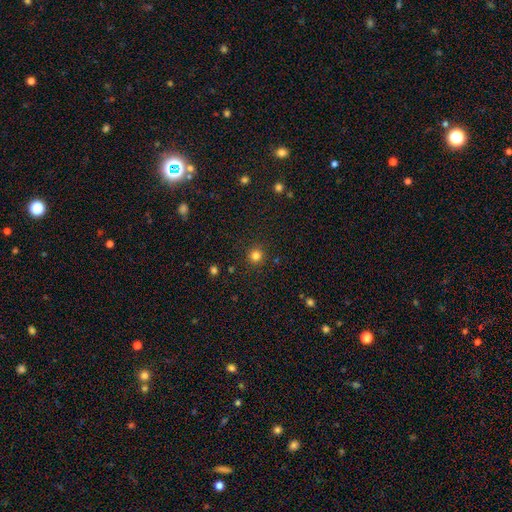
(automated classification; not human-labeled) Morphology: type=smooth (81%); roundness=round (95%); merging=none (91%).